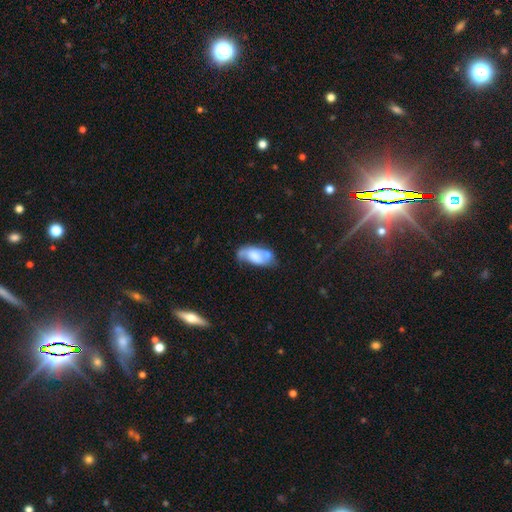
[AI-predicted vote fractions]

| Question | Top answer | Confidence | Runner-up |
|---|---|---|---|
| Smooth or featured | smooth | 51% | featured or disk (42%) |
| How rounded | in between | 88% | cigar-shaped (9%) |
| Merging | none | 36% | minor disturbance (28%) |